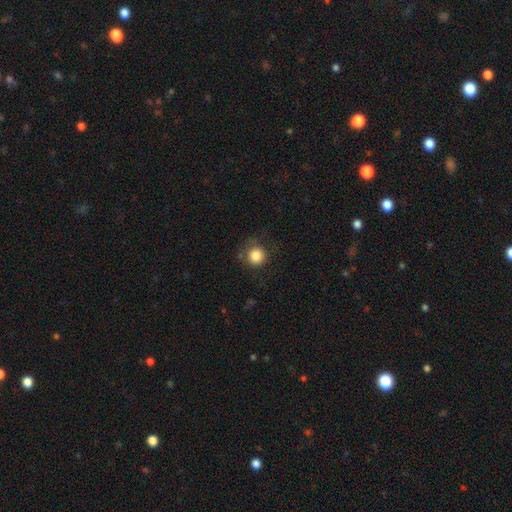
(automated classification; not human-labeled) A smooth galaxy with no disk features (84%) that is round (93%). Merging: none (74%).